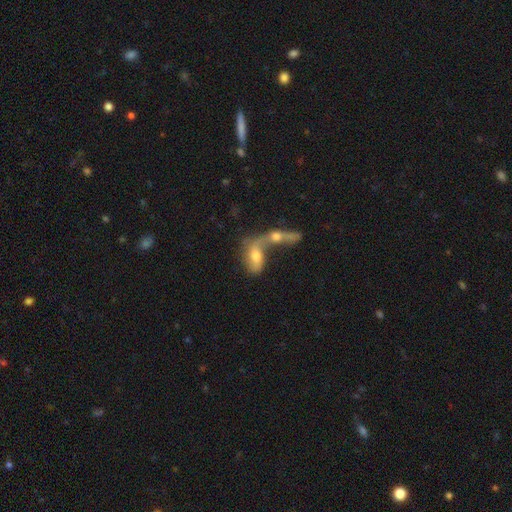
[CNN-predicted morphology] Overall: smooth (50%; featured or disk 40%). Merging: merger (76%).